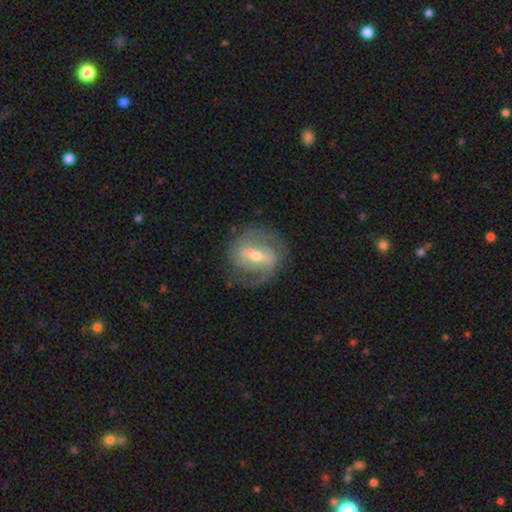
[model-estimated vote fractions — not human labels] Smooth or featured?
  - featured or disk: 82% *
  - smooth: 12%
  - star or artifact: 5%
Edge-on disk?
  - no: 95% *
  - yes: 5%
Bar?
  - strong: 50% *
  - weak: 37%
  - no: 13%
Spiral arms?
  - yes: 89% *
  - no: 11%
Spiral winding?
  - medium: 45% *
  - tight: 39%
  - loose: 16%
Spiral arm count?
  - 2: 76% *
  - can't tell: 12%
  - 3: 6%
  - 1: 4%
  - 4: 2%
  - more than 4: 1%
Bulge size?
  - moderate: 58% *
  - small: 37%
  - large: 3%
  - none: 1%
  - dominant: 1%
Merging?
  - none: 73% *
  - minor disturbance: 16%
  - major disturbance: 10%
  - merger: 1%